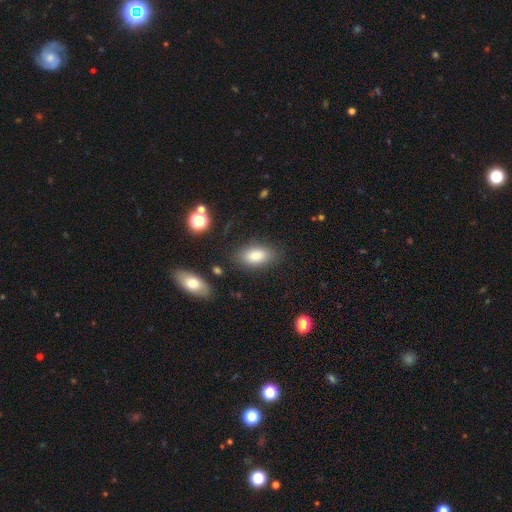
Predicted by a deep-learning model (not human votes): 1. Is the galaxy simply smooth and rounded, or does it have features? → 83% smooth, 8% star or artifact, 8% featured or disk.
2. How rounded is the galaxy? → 91% in between, 6% round, 4% cigar-shaped.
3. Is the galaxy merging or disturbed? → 82% none, 12% minor disturbance, 4% major disturbance, 2% merger.